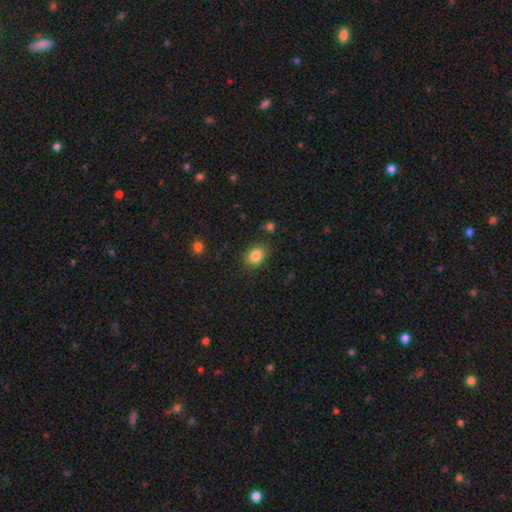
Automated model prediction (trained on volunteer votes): smooth_or_featured: smooth (p=0.85) [alt: star or artifact p=0.09]
how_rounded: in between (p=0.62) [alt: round p=0.37]
merging: none (p=0.84) [alt: minor disturbance p=0.11]